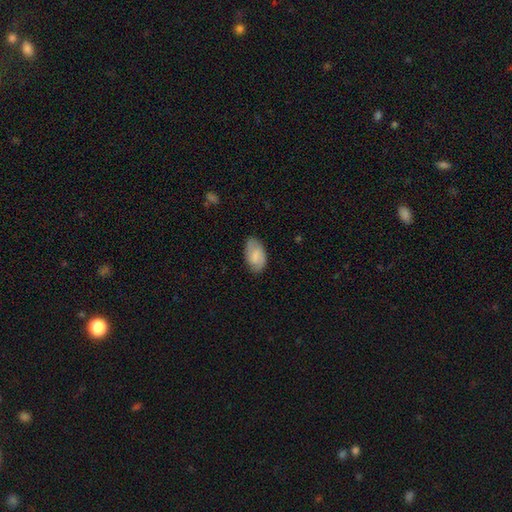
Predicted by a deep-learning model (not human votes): Smooth or featured: smooth — 55% (featured or disk — 38%)
How rounded: in between — 93% (round — 5%)
Merging: none — 80% (minor disturbance — 15%)